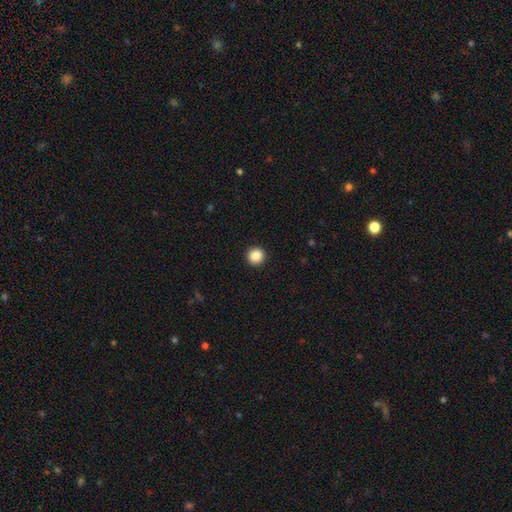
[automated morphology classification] smooth-or-featured: smooth: 88% | star or artifact: 9% | featured or disk: 3%
  how-rounded: round: 94% | in between: 5% | cigar-shaped: 1%
  merging: none: 93% | minor disturbance: 5% | major disturbance: 2% | merger: 1%